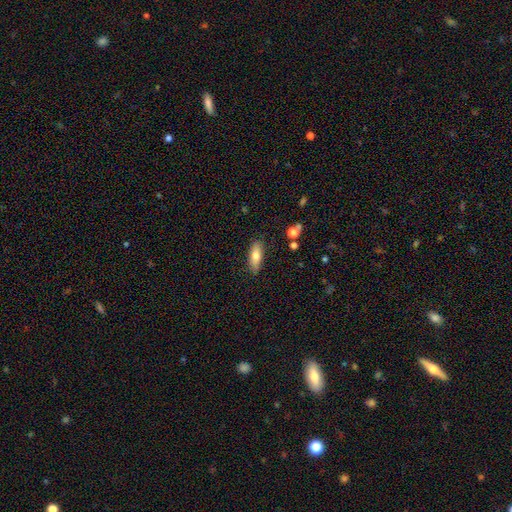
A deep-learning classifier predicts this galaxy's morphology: Q: Smooth or featured?
A: smooth (71%); runner-up: featured or disk (22%)
Q: How rounded?
A: in between (63%); runner-up: cigar-shaped (35%)
Q: Merging?
A: none (83%); runner-up: minor disturbance (13%)